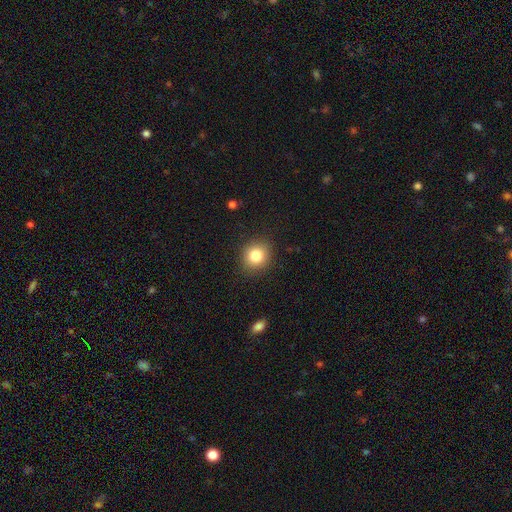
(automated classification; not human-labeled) This appears to be a smooth galaxy with no disk features (83%) that is round (83%). Merging: none (89%).